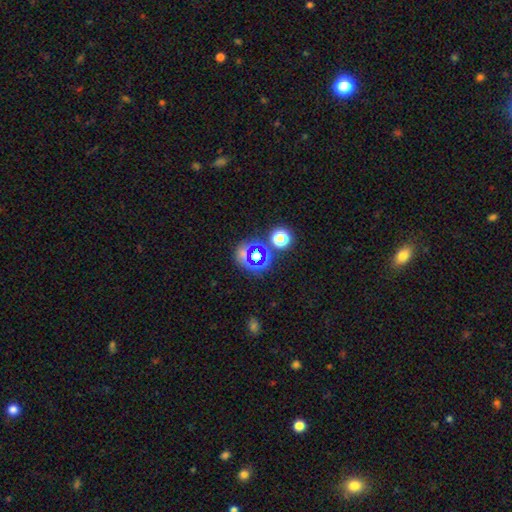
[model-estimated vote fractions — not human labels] This appears to be a star or artifact, not a galaxy (51%).